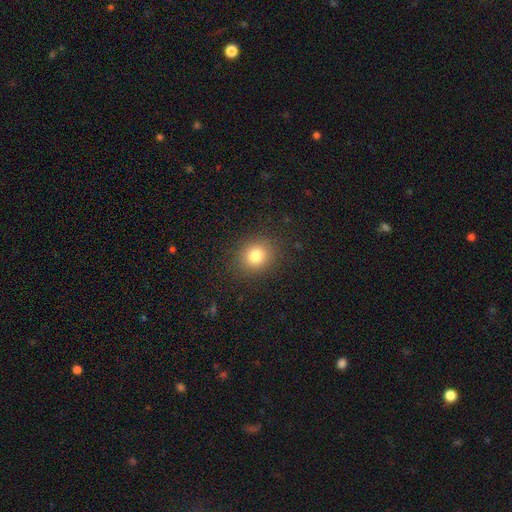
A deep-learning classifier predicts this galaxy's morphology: smooth_or_featured: smooth (p=0.81) [alt: star or artifact p=0.12]
how_rounded: round (p=0.73) [alt: in between p=0.26]
merging: none (p=0.88) [alt: minor disturbance p=0.08]